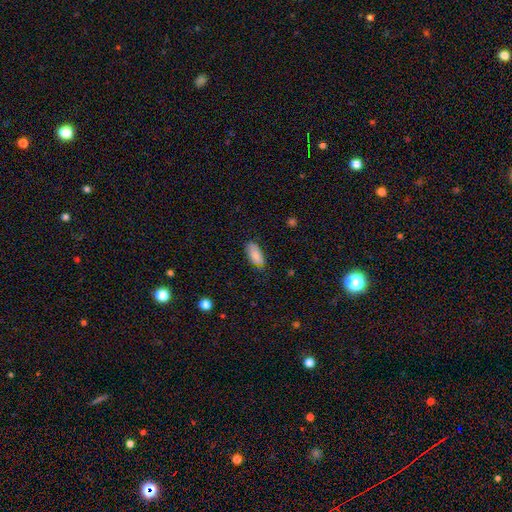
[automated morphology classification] This is clearly a smooth galaxy (83%). How rounded: clearly in between (89%). Merging: likely none (72%).